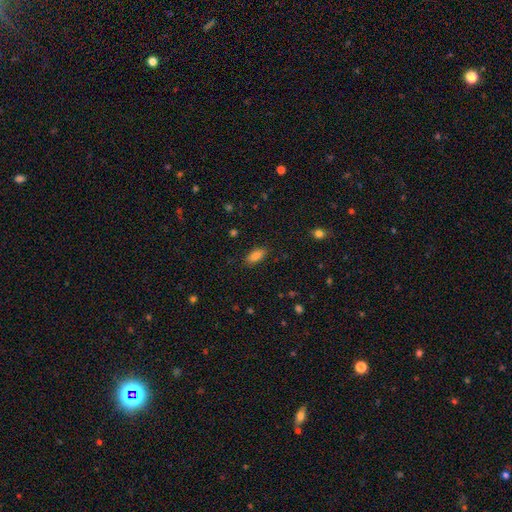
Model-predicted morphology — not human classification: smooth_or_featured: smooth (p=0.84) [alt: star or artifact p=0.09]
how_rounded: in between (p=0.86) [alt: cigar-shaped p=0.11]
merging: none (p=0.86) [alt: minor disturbance p=0.10]